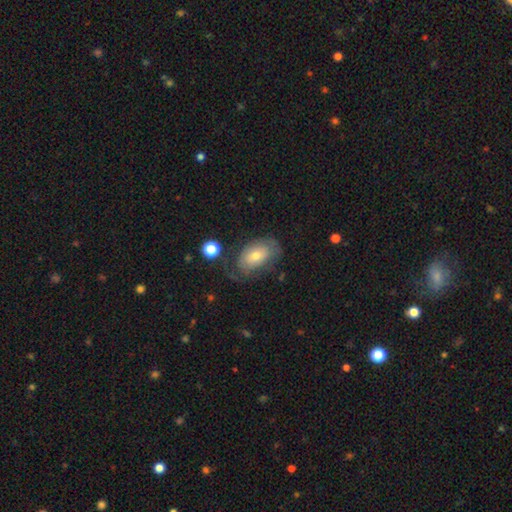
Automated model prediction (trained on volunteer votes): Overall: smooth (56%; featured or disk 35%). How rounded: in between (89%). Merging: none (55%; minor disturbance 27%).